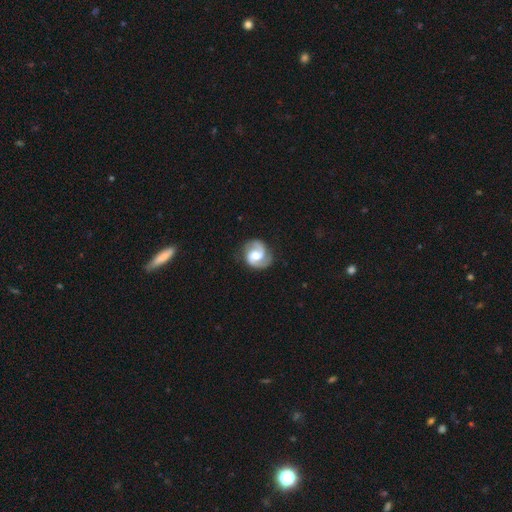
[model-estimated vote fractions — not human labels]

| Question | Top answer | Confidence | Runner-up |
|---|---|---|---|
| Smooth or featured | featured or disk | 87% | smooth (9%) |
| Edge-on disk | no | 98% | yes (2%) |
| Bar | weak | 46% | no (39%) |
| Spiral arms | yes | 97% | no (3%) |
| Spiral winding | medium | 54% | tight (27%) |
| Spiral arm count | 2 | 92% | can't tell (3%) |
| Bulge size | moderate | 69% | small (17%) |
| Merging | none | 82% | minor disturbance (13%) |